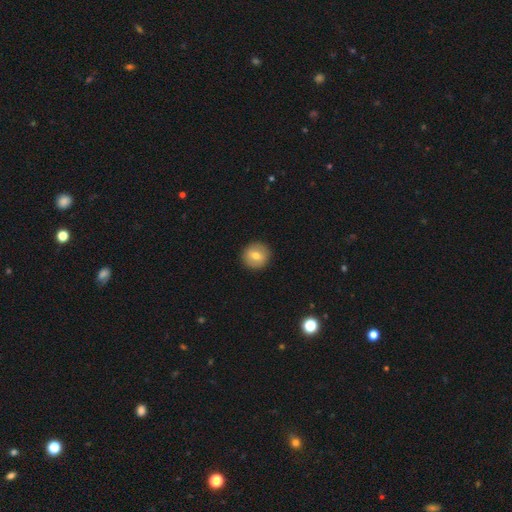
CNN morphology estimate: Overall: smooth (68%). How rounded: round (93%). Merging: none (92%).